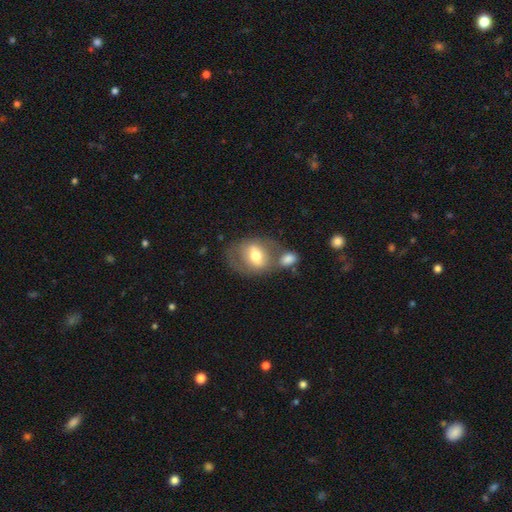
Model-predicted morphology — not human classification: type=smooth (52%); roundness=in between (57%); merging=none (40%).